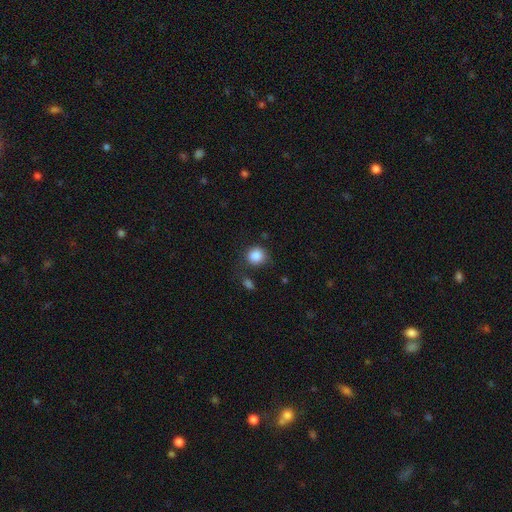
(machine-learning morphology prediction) Overall: smooth (87%). How rounded: round (85%). Merging: none (70%).